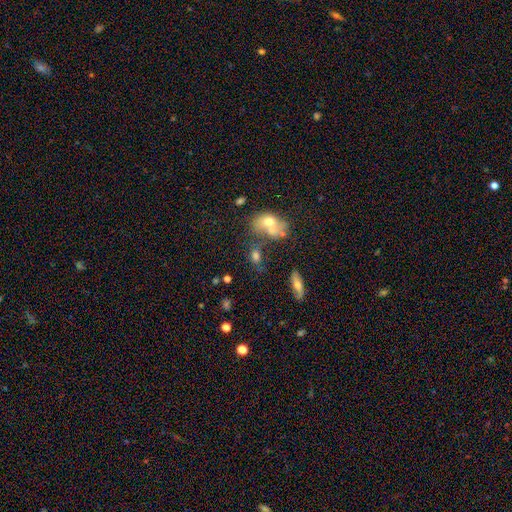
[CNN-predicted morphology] Smooth or featured?
  - smooth: 64% *
  - featured or disk: 19%
  - star or artifact: 17%
How rounded?
  - in between: 70% *
  - round: 27%
  - cigar-shaped: 4%
Merging?
  - none: 44% *
  - merger: 31%
  - minor disturbance: 16%
  - major disturbance: 9%